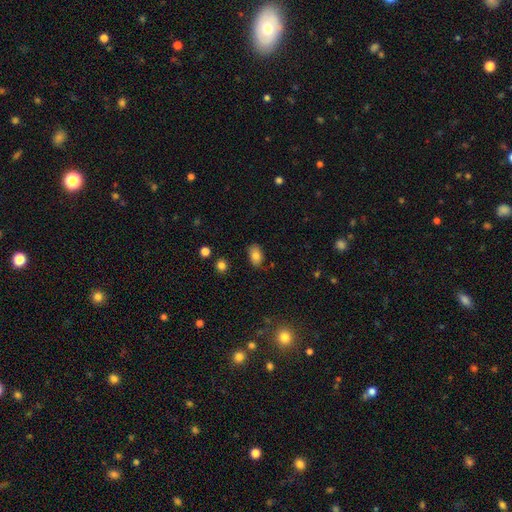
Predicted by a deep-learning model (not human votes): This is clearly a smooth galaxy (83%). How rounded: clearly in between (88%). Merging: clearly none (80%).